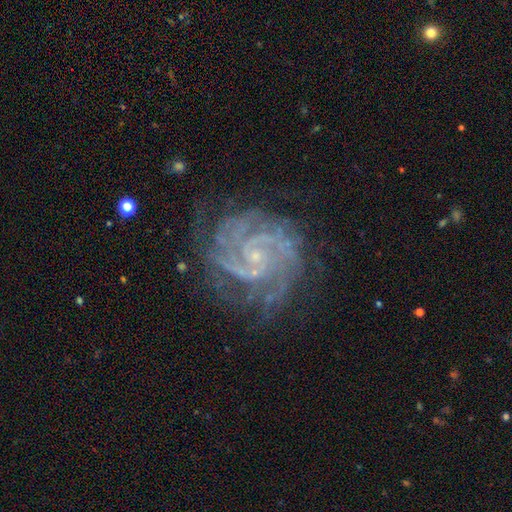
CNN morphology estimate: Overall: featured or disk (90%). Edge-on disk: no (98%). Bar: no (64%; weak 28%). Spiral arms: yes (98%). Spiral arm count: 2 (25%; 3 23%). Spiral winding: tight (70%). Bulge size: small (84%). Merging: none (74%).